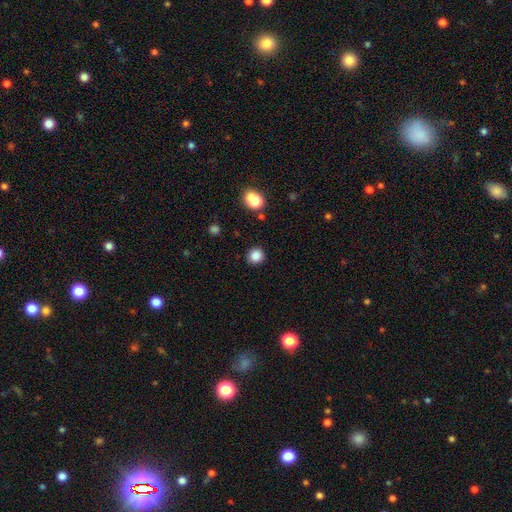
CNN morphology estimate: This is clearly a smooth galaxy (86%). How rounded: clearly round (89%). Merging: clearly none (89%).